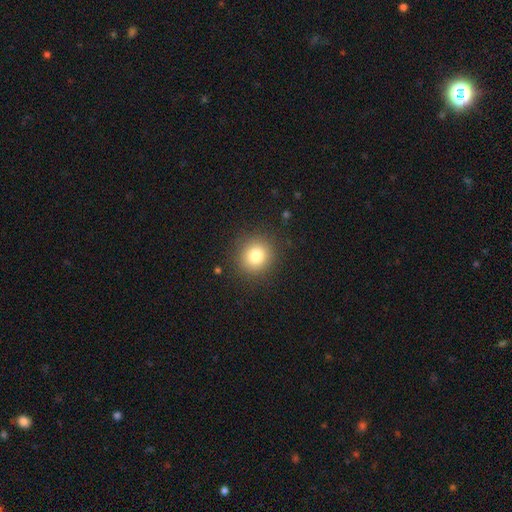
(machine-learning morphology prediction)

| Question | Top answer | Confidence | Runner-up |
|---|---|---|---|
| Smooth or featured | smooth | 81% | star or artifact (12%) |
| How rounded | round | 89% | in between (10%) |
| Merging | none | 89% | minor disturbance (7%) |